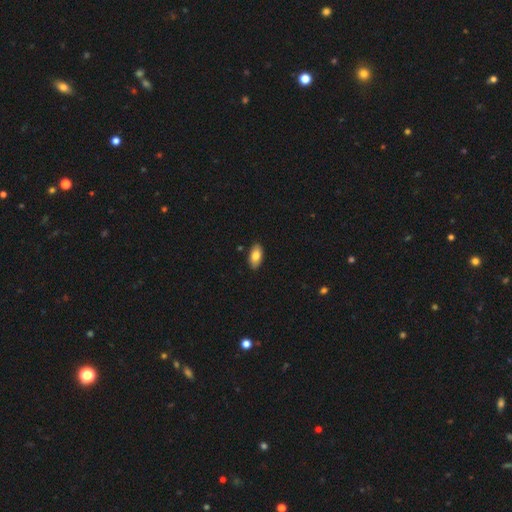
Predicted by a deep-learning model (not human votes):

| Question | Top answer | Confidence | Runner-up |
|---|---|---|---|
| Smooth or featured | smooth | 81% | featured or disk (12%) |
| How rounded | in between | 93% | cigar-shaped (4%) |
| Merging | none | 88% | minor disturbance (9%) |